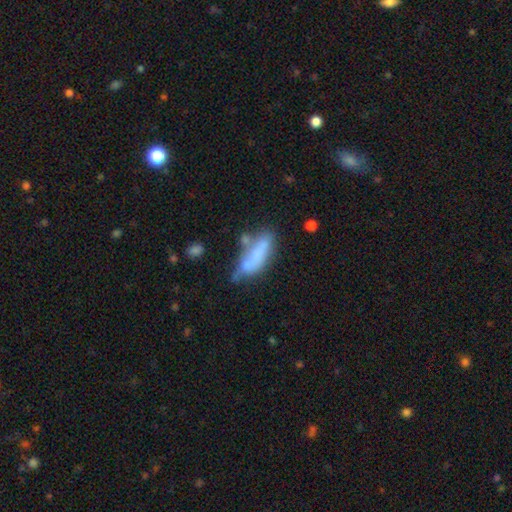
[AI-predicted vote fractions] Morphology: type=smooth (62%); roundness=in between (59%); merging=none (34%).